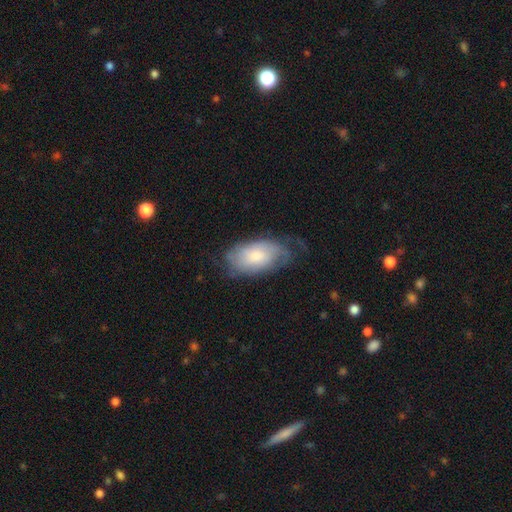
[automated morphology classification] featured or disk 47%, smooth 46%, star or artifact 7%. Down the decision tree: merging — none (56%).